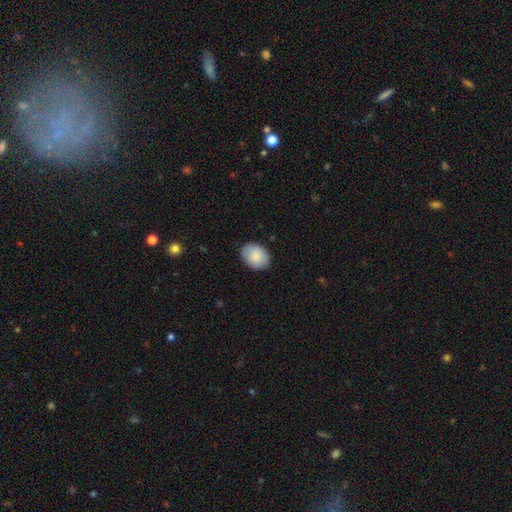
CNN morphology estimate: Smooth or featured? smooth (88%)
How rounded? in between (72%)
Merging? none (86%)